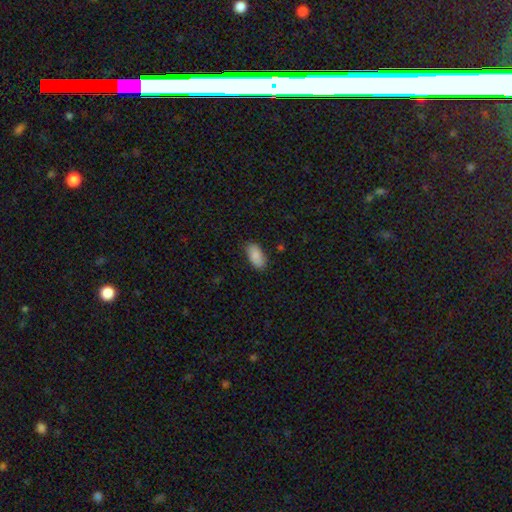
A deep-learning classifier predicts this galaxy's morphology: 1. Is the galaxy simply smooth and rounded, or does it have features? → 88% smooth, 6% star or artifact, 6% featured or disk.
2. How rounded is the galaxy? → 94% in between, 3% cigar-shaped, 2% round.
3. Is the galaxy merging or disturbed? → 83% none, 13% minor disturbance, 3% major disturbance, 1% merger.